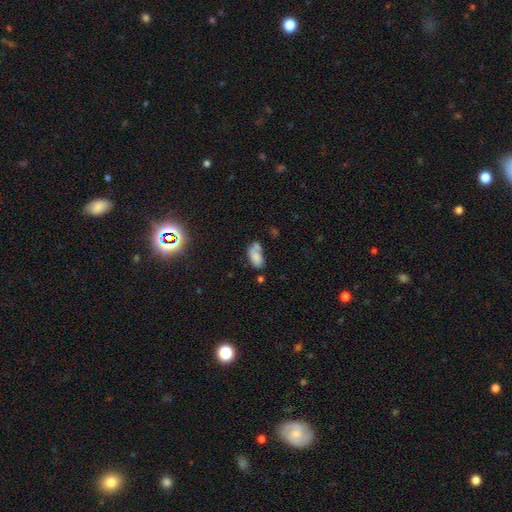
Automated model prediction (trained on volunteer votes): This is likely a smooth galaxy (74%). How rounded: clearly in between (91%). Merging: marginally none (36%).